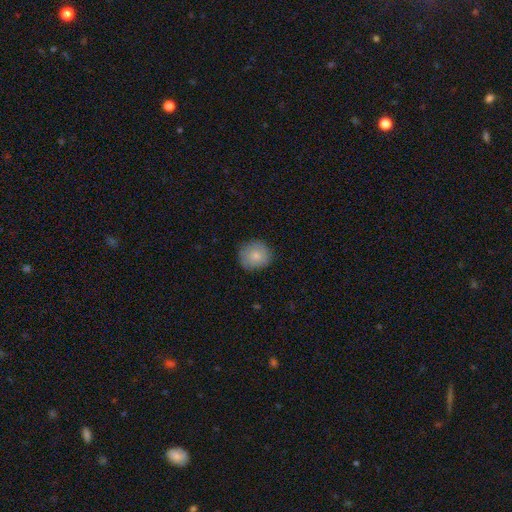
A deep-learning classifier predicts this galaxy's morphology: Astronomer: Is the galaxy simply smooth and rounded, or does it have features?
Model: smooth — 83%.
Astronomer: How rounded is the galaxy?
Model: round — 88%.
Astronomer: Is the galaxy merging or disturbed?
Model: none — 84%.